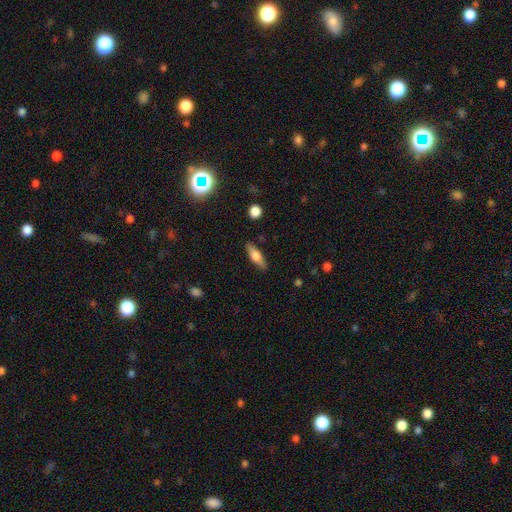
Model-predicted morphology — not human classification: This is possibly a smooth galaxy (52%). How rounded: possibly cigar-shaped (51%). Merging: clearly none (87%).